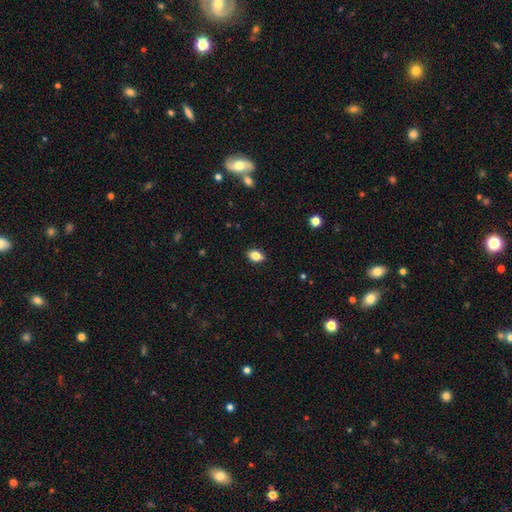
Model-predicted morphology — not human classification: This is clearly a smooth galaxy (83%). How rounded: clearly in between (83%). Merging: clearly none (89%).